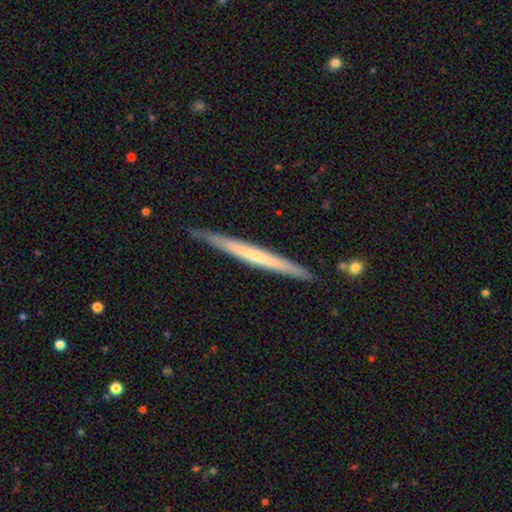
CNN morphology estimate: Smooth or featured: featured or disk — 51% (smooth — 44%)
Edge-on disk: yes — 97% (no — 3%)
Merging: none — 88% (minor disturbance — 9%)